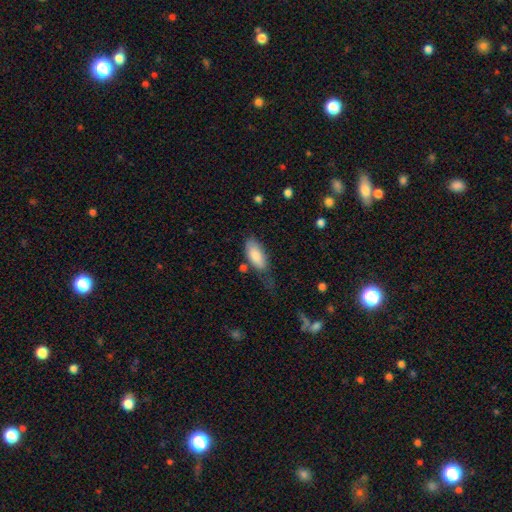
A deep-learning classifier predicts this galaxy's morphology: This appears to be a smooth galaxy with no disk features (84%) that is in between round and cigar-shaped (87%). Merging: none (45%).